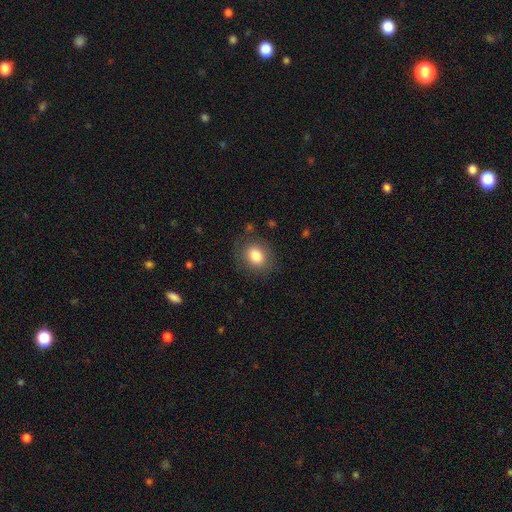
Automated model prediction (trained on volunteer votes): smooth 83%, star or artifact 9%, featured or disk 8%. Down the decision tree: how rounded — round (58%); merging — none (82%).